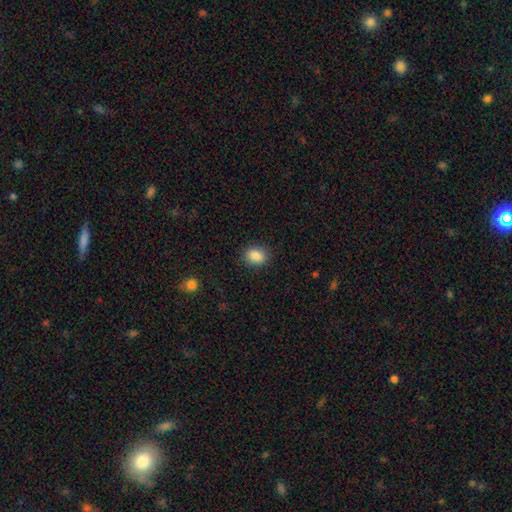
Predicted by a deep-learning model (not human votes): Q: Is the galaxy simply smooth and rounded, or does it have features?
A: smooth — 88%.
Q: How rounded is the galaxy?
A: in between — 59%.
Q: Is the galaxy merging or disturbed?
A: none — 87%.